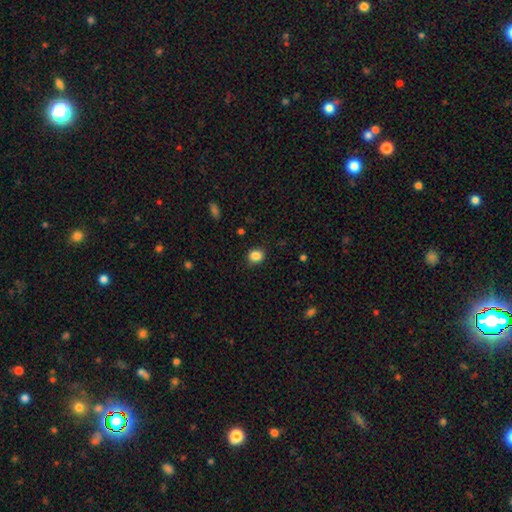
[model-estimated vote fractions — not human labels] This is clearly a smooth galaxy (85%). How rounded: likely round (66%). Merging: clearly none (87%).